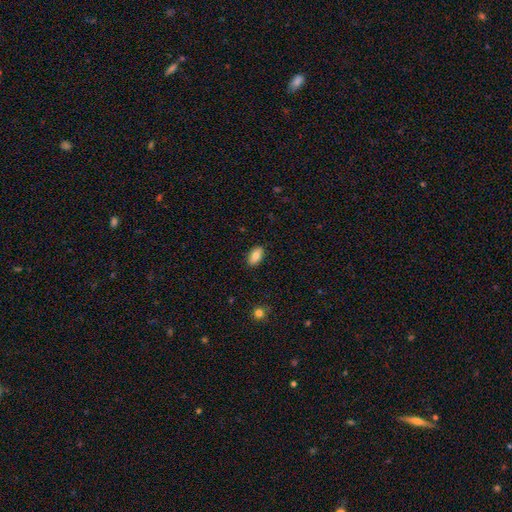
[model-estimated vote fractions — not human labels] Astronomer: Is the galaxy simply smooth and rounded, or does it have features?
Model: smooth — 81%.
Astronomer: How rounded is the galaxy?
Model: in between — 91%.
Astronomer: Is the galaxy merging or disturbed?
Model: none — 87%.